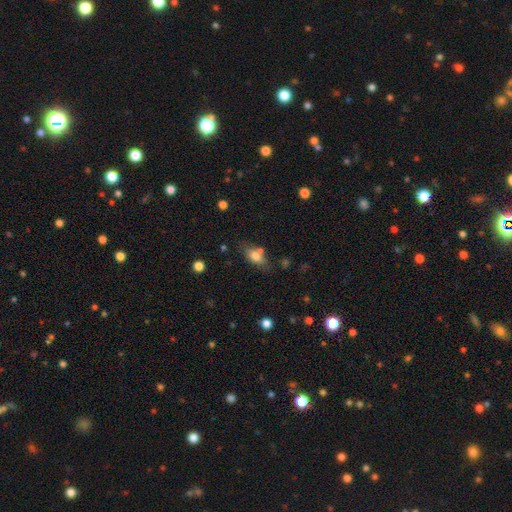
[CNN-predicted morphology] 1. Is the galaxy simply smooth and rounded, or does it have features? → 76% smooth, 14% featured or disk, 9% star or artifact.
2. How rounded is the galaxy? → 83% in between, 10% round, 8% cigar-shaped.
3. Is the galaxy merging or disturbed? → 64% none, 16% minor disturbance, 15% merger, 5% major disturbance.